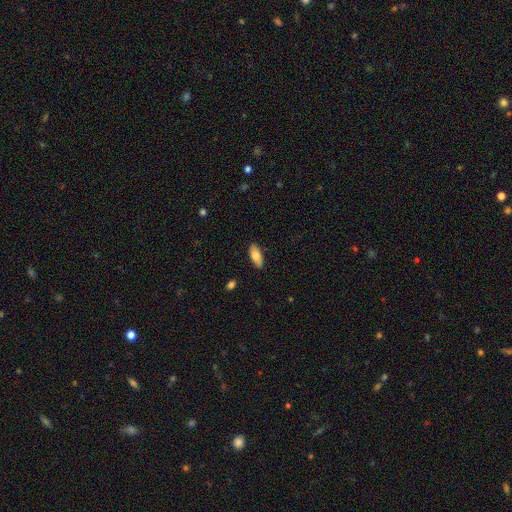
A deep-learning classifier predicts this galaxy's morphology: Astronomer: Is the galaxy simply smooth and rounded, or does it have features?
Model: smooth — 78%.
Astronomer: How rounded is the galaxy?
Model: in between — 84%.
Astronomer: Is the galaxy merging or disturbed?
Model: none — 87%.